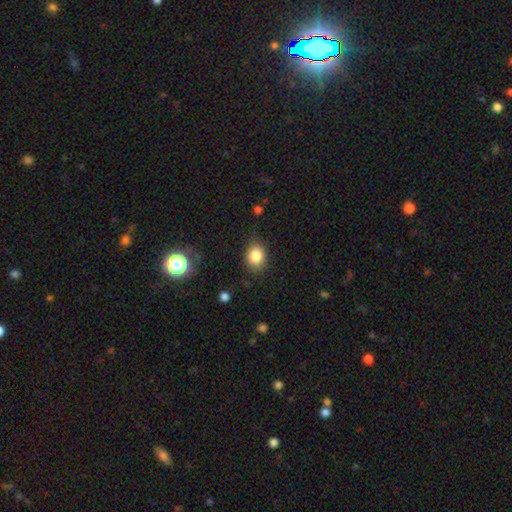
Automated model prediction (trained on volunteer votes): Overall: smooth (83%). How rounded: in between (50%; round 49%). Merging: none (80%).